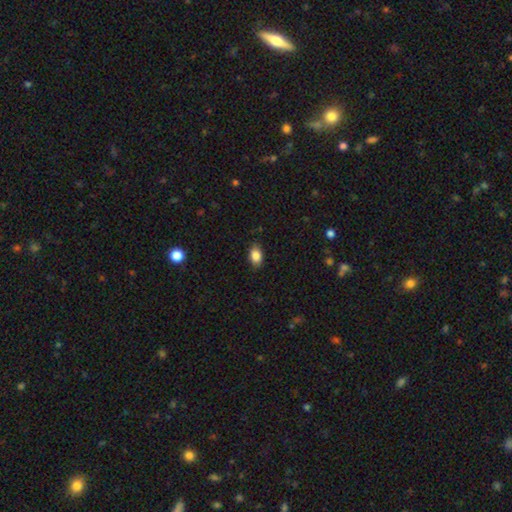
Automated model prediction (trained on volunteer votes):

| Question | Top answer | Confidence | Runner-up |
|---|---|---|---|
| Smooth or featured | smooth | 86% | star or artifact (8%) |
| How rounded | in between | 86% | round (12%) |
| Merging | none | 85% | minor disturbance (11%) |